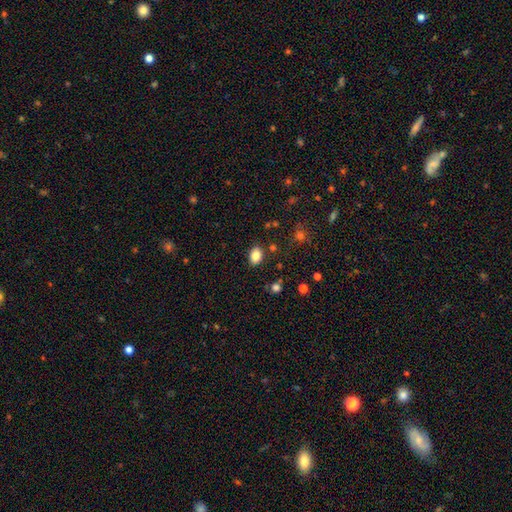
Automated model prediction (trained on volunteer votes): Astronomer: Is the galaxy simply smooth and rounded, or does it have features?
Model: smooth — 84%.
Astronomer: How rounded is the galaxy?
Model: in between — 73%.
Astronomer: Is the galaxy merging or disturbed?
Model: none — 85%.